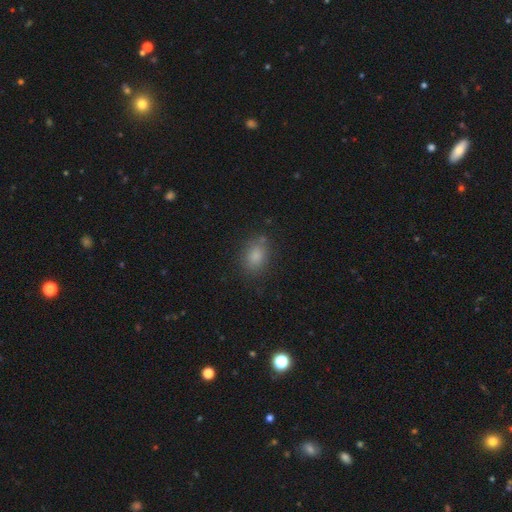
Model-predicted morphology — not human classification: A smooth galaxy with no disk features (82%) that is in between round and cigar-shaped (67%). Merging: none (80%).